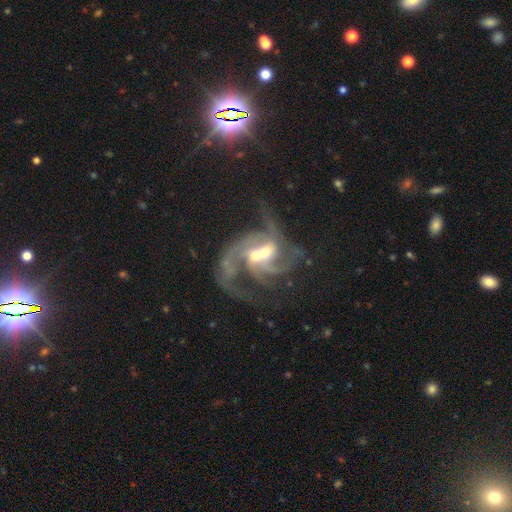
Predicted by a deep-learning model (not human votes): Smooth or featured?
  - featured or disk: 86% *
  - star or artifact: 7%
  - smooth: 7%
Edge-on disk?
  - no: 97% *
  - yes: 3%
Bar?
  - no: 42% *
  - weak: 37%
  - strong: 21%
Spiral arms?
  - yes: 93% *
  - no: 7%
Spiral winding?
  - medium: 48% *
  - loose: 37%
  - tight: 15%
Spiral arm count?
  - 3: 40% *
  - 2: 27%
  - 4: 12%
  - can't tell: 12%
  - 1: 5%
  - more than 4: 4%
Bulge size?
  - moderate: 58% *
  - small: 25%
  - large: 11%
  - none: 4%
  - dominant: 2%
Merging?
  - merger: 53% *
  - major disturbance: 20%
  - none: 20%
  - minor disturbance: 8%